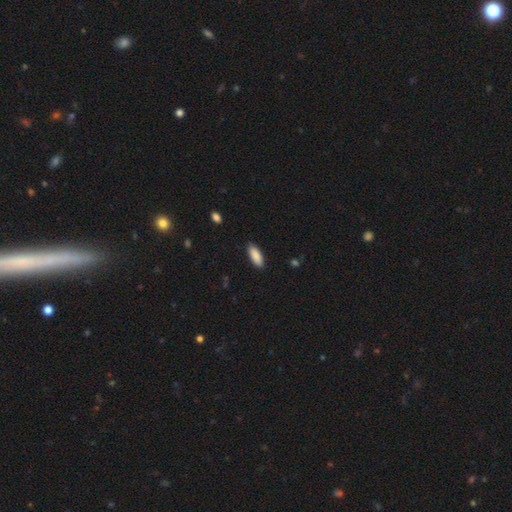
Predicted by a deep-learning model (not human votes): smooth-or-featured: smooth: 90% | star or artifact: 6% | featured or disk: 5%
  how-rounded: in between: 74% | cigar-shaped: 24% | round: 1%
  merging: none: 88% | minor disturbance: 9% | major disturbance: 2% | merger: 1%